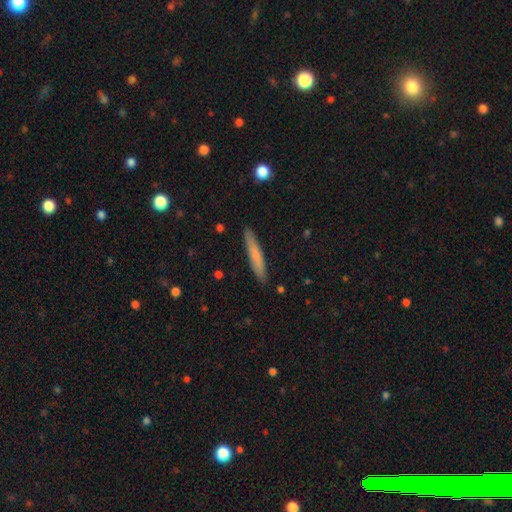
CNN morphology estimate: type=smooth (68%); roundness=cigar-shaped (95%); merging=none (90%).